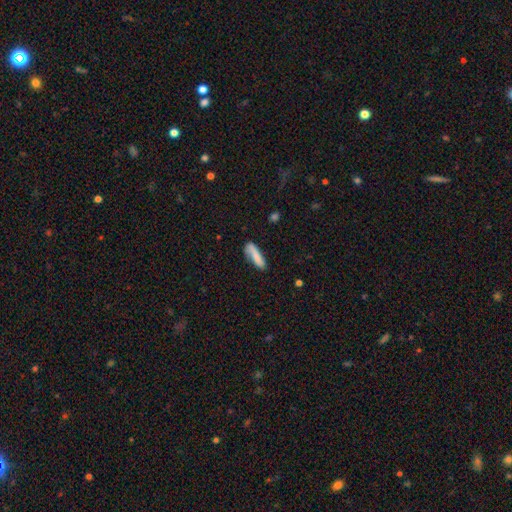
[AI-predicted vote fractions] Smooth or featured?
  - smooth: 73% *
  - featured or disk: 20%
  - star or artifact: 7%
How rounded?
  - cigar-shaped: 61% *
  - in between: 37%
  - round: 2%
Merging?
  - none: 66% *
  - minor disturbance: 24%
  - major disturbance: 7%
  - merger: 3%